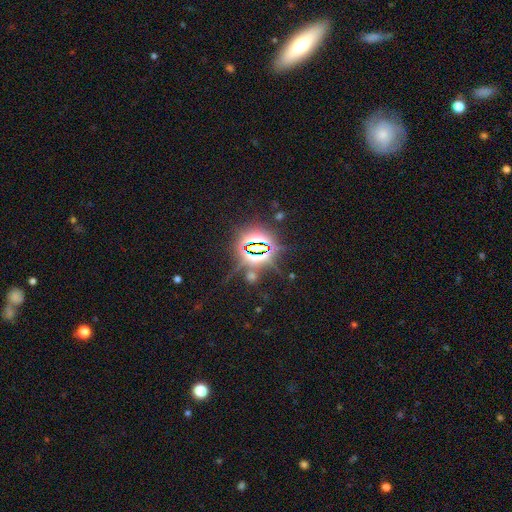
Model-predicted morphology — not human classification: Smooth or featured?
  - star or artifact: 84% *
  - featured or disk: 8%
  - smooth: 8%